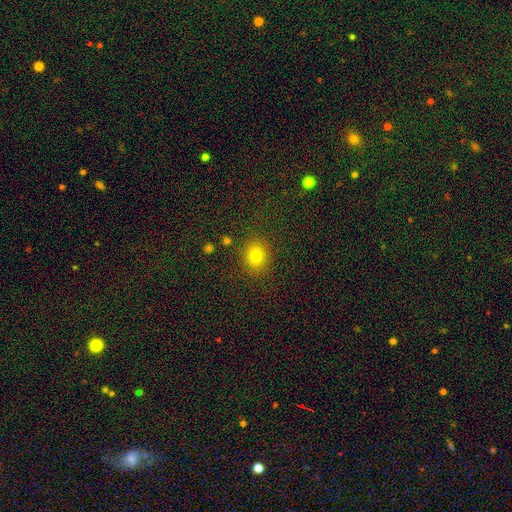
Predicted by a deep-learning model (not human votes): smooth_or_featured: smooth (p=0.78) [alt: star or artifact p=0.15]
how_rounded: round (p=0.70) [alt: in between p=0.29]
merging: none (p=0.86) [alt: minor disturbance p=0.09]